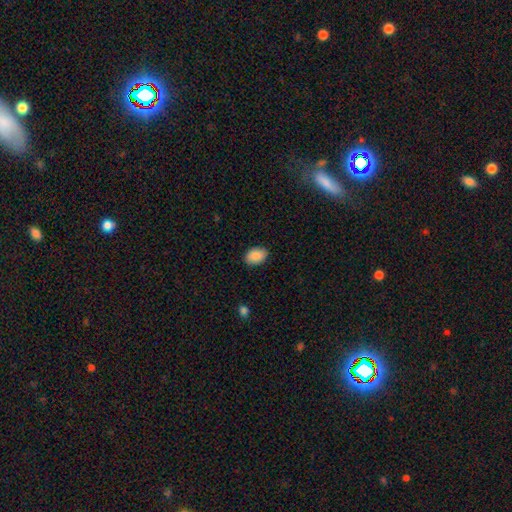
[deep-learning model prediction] A smooth galaxy with no disk features (89%) that is in between round and cigar-shaped (85%).

Vote fractions:
- Smooth or featured? smooth: 89% / star or artifact: 7% / featured or disk: 4%
- How rounded? in between: 85% / round: 14% / cigar-shaped: 1%
- Merging? none: 87% / minor disturbance: 10% / major disturbance: 2% / merger: 1%